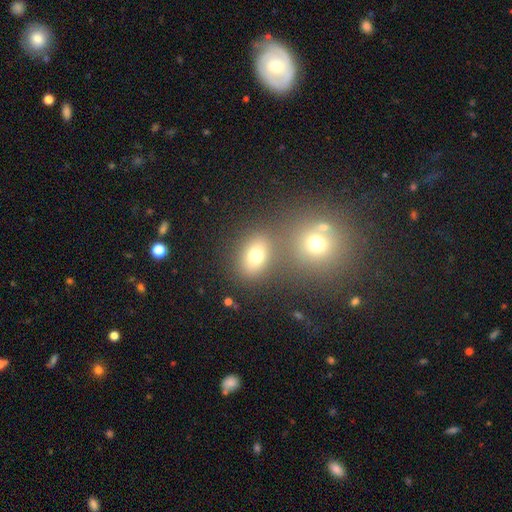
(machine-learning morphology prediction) This is likely a smooth galaxy (72%). How rounded: possibly in between (56%). Merging: likely none (65%).